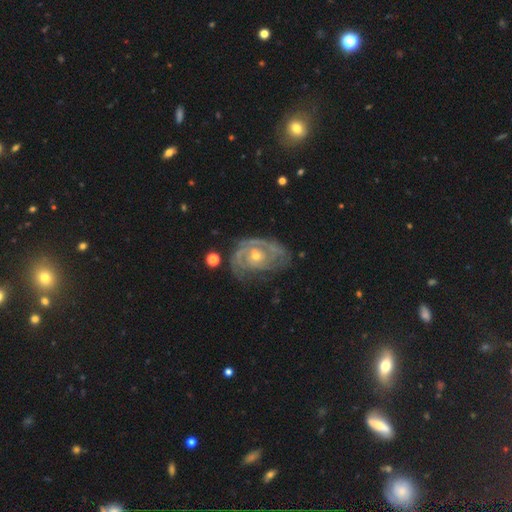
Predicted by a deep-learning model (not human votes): Smooth or featured: featured or disk — 84% (smooth — 9%)
Edge-on disk: no — 96% (yes — 4%)
Bar: no — 75% (weak — 21%)
Spiral arms: yes — 90% (no — 10%)
Spiral winding: tight — 64% (medium — 28%)
Spiral arm count: 2 — 38% (can't tell — 31%)
Bulge size: small — 49% (moderate — 47%)
Merging: none — 60% (minor disturbance — 23%)